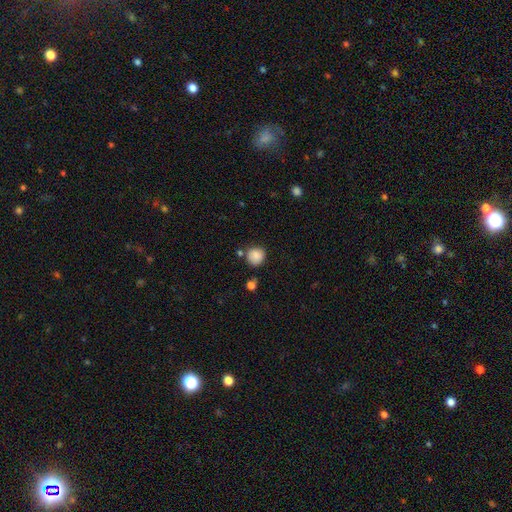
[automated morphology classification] A smooth galaxy with no disk features (85%) that is round (89%).

Vote fractions:
- Smooth or featured? smooth: 85% / star or artifact: 9% / featured or disk: 6%
- How rounded? round: 89% / in between: 10% / cigar-shaped: 1%
- Merging? none: 73% / minor disturbance: 16% / merger: 7% / major disturbance: 4%